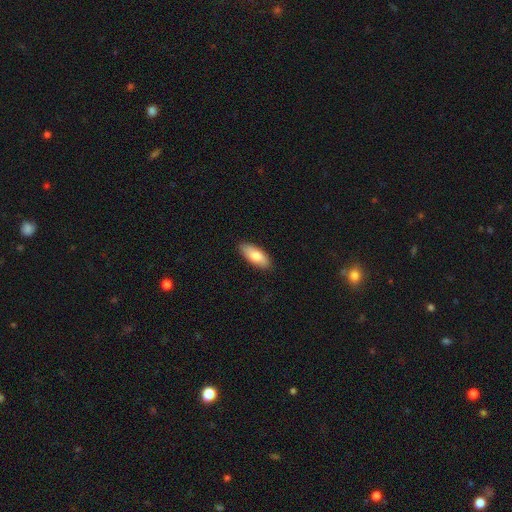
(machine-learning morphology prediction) Smooth or featured? smooth (81%)
How rounded? in between (83%)
Merging? none (88%)